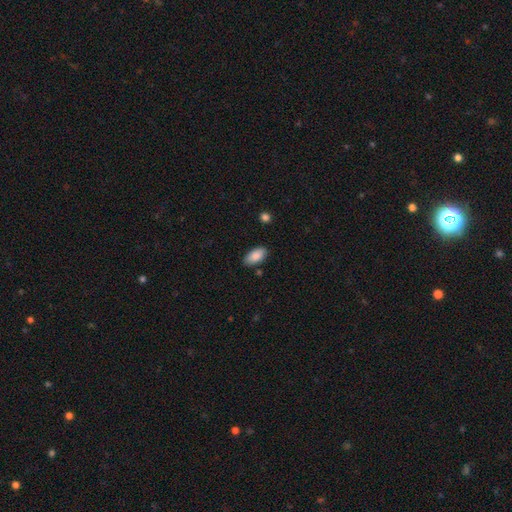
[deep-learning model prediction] A smooth galaxy with no disk features (88%) that is in between round and cigar-shaped (94%).

Vote fractions:
- Smooth or featured? smooth: 88% / star or artifact: 6% / featured or disk: 6%
- How rounded? in between: 94% / cigar-shaped: 4% / round: 2%
- Merging? none: 84% / minor disturbance: 11% / major disturbance: 2% / merger: 2%